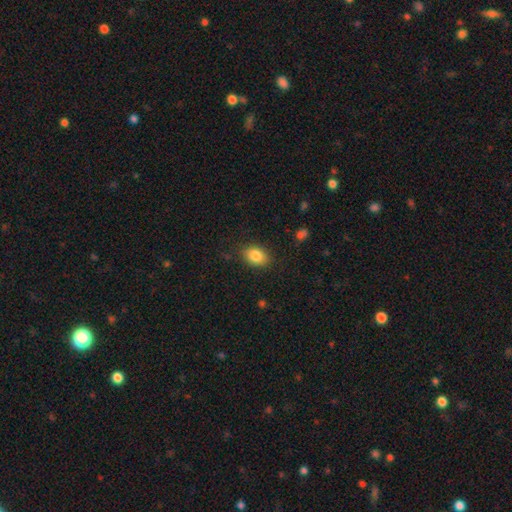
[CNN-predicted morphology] smooth-or-featured: smooth: 85% | star or artifact: 9% | featured or disk: 6%
  how-rounded: in between: 72% | round: 26% | cigar-shaped: 1%
  merging: none: 85% | minor disturbance: 11% | major disturbance: 3% | merger: 1%